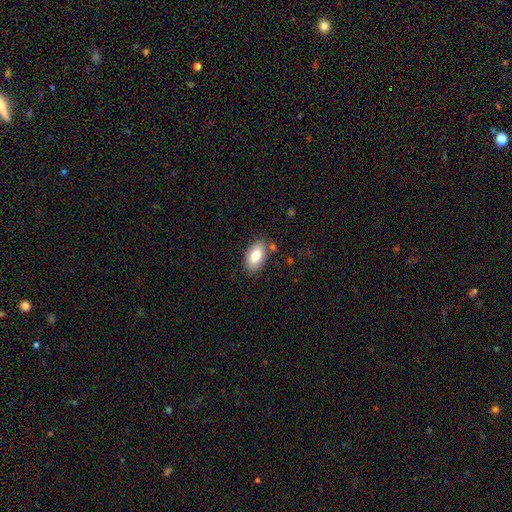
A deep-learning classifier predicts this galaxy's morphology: smooth-or-featured: smooth: 80% | featured or disk: 13% | star or artifact: 7%
  how-rounded: in between: 93% | round: 4% | cigar-shaped: 2%
  merging: none: 79% | minor disturbance: 13% | merger: 5% | major disturbance: 3%